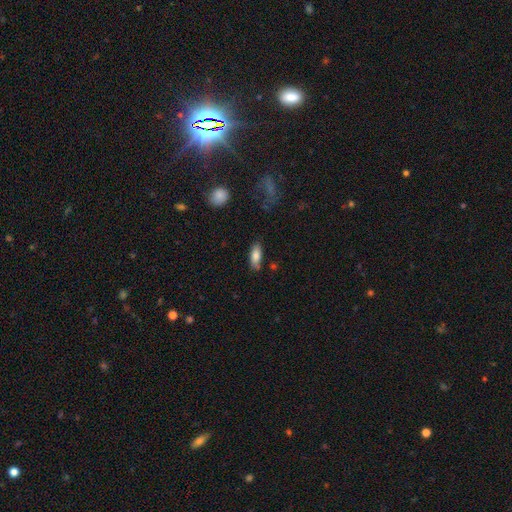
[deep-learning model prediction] Smooth or featured?
  - smooth: 81% *
  - featured or disk: 12%
  - star or artifact: 7%
How rounded?
  - in between: 77% *
  - cigar-shaped: 21%
  - round: 2%
Merging?
  - none: 75% *
  - minor disturbance: 18%
  - major disturbance: 3%
  - merger: 3%